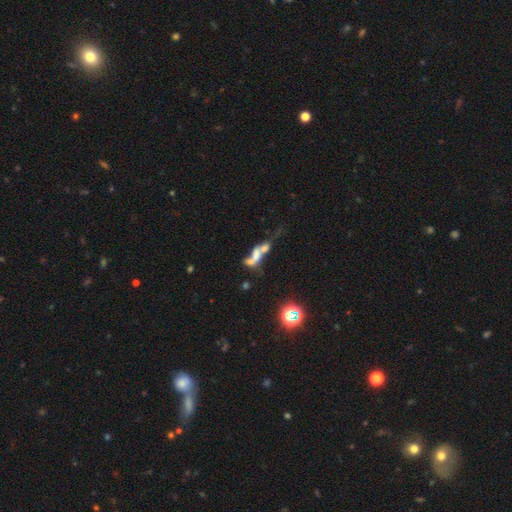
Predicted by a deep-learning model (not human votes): Smooth or featured: featured or disk — 42% (smooth — 40%)
Merging: merger — 64% (major disturbance — 16%)